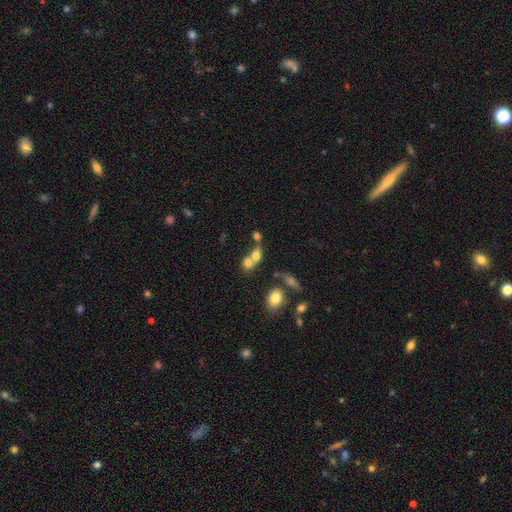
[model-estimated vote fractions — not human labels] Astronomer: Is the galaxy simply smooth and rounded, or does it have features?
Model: smooth — 71%.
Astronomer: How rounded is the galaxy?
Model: round — 50% (runner-up: in between, 47%).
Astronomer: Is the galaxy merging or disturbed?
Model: merger — 64%.